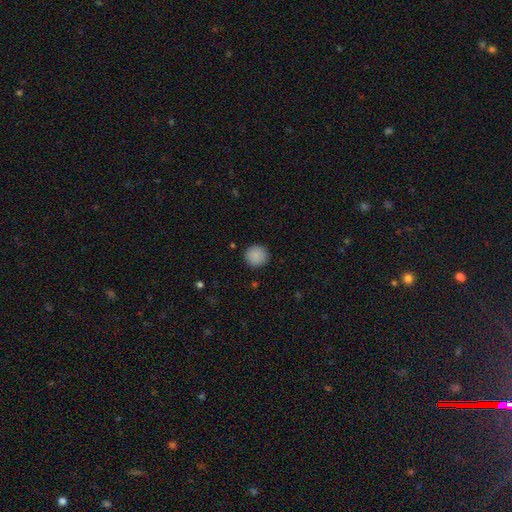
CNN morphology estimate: smooth 89%, star or artifact 8%, featured or disk 3%. Down the decision tree: how rounded — round (94%); merging — none (90%).